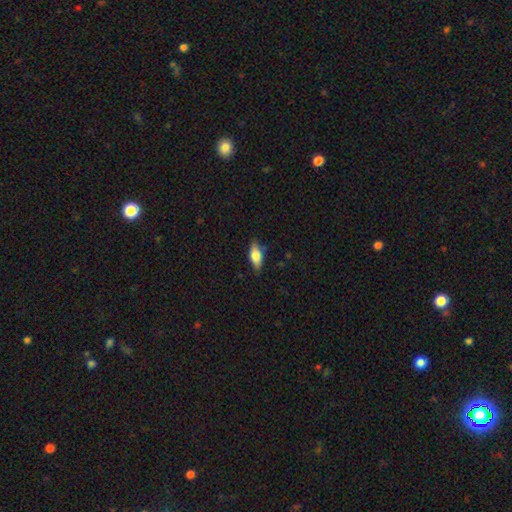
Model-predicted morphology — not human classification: Overall: smooth (72%). How rounded: in between (82%). Merging: none (79%).